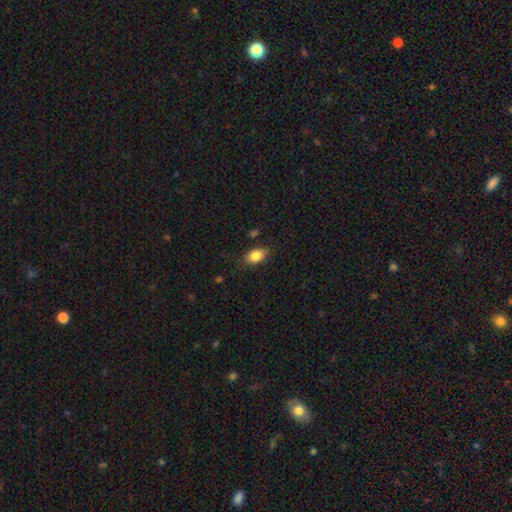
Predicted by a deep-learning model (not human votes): Smooth or featured?
  - smooth: 85% *
  - star or artifact: 8%
  - featured or disk: 7%
How rounded?
  - in between: 82% *
  - round: 15%
  - cigar-shaped: 2%
Merging?
  - none: 80% *
  - minor disturbance: 15%
  - major disturbance: 3%
  - merger: 2%